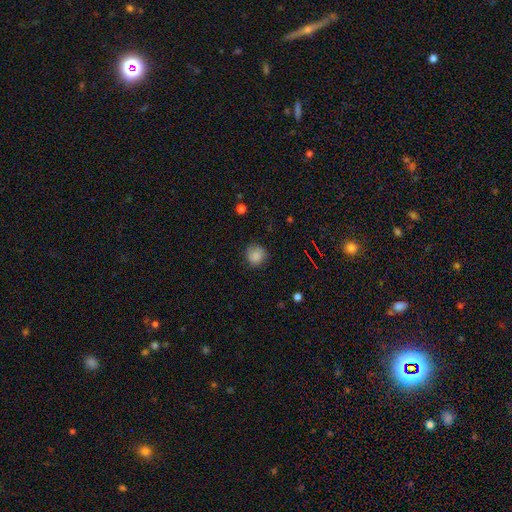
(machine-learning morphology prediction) smooth 84%, star or artifact 10%, featured or disk 5%. Down the decision tree: how rounded — round (89%); merging — none (79%).